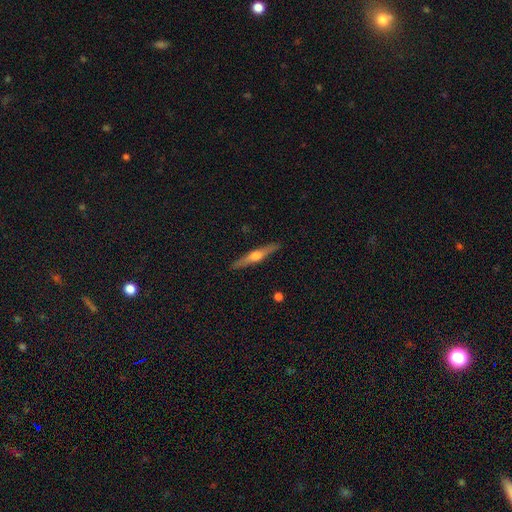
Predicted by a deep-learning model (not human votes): smooth-or-featured: featured or disk: 67% | smooth: 27% | star or artifact: 6%
  disk-edge-on: yes: 97% | no: 3%
    edge-on-bulge: rounded: 92% | boxy: 4% | none: 4%
  merging: none: 90% | minor disturbance: 7% | major disturbance: 2% | merger: 1%